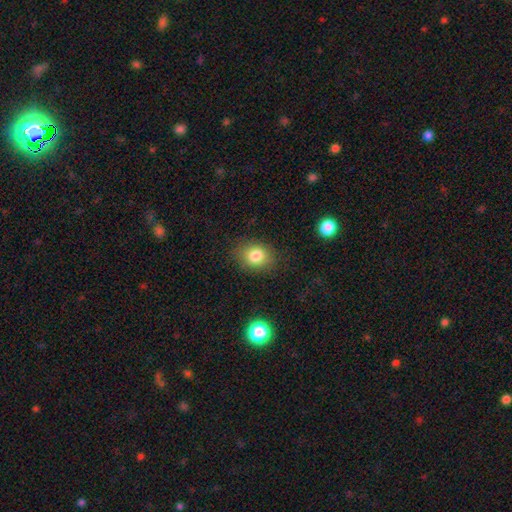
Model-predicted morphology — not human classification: smooth 81%, star or artifact 11%, featured or disk 8%. Down the decision tree: how rounded — round (53%); merging — none (84%).